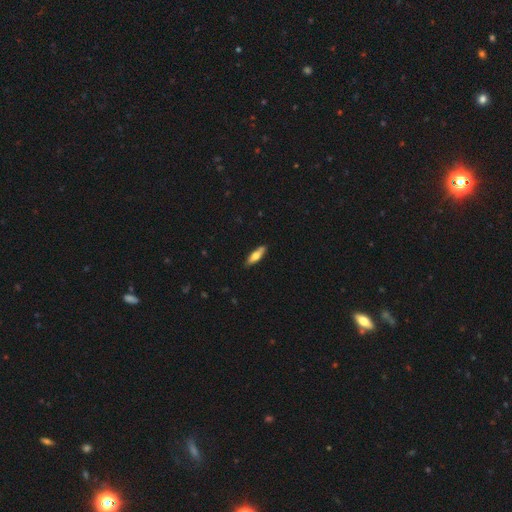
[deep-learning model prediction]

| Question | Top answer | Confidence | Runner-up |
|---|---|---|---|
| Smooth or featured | smooth | 65% | featured or disk (29%) |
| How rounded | cigar-shaped | 53% | in between (45%) |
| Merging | none | 84% | minor disturbance (12%) |